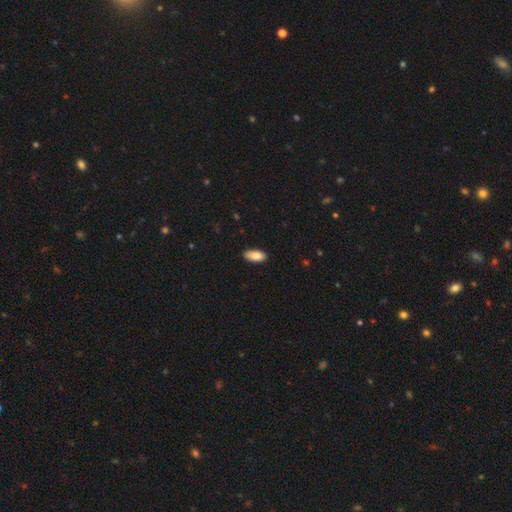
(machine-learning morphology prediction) smooth-or-featured: smooth: 87% | star or artifact: 6% | featured or disk: 6%
  how-rounded: in between: 91% | cigar-shaped: 7% | round: 2%
  merging: none: 85% | minor disturbance: 12% | major disturbance: 2% | merger: 1%